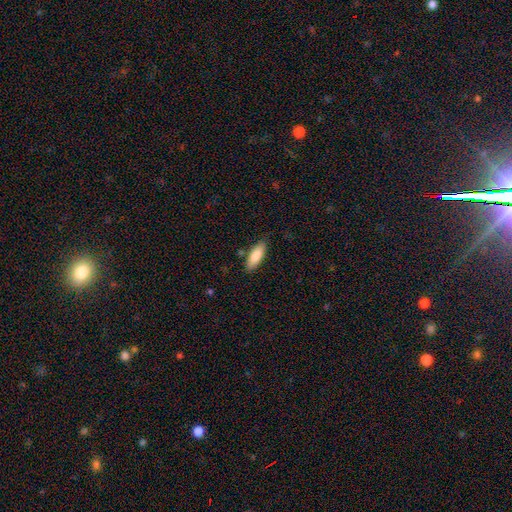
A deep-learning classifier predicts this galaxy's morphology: smooth-or-featured: smooth: 84% | featured or disk: 10% | star or artifact: 6%
  how-rounded: in between: 67% | cigar-shaped: 32% | round: 2%
  merging: none: 83% | minor disturbance: 12% | major disturbance: 2% | merger: 2%